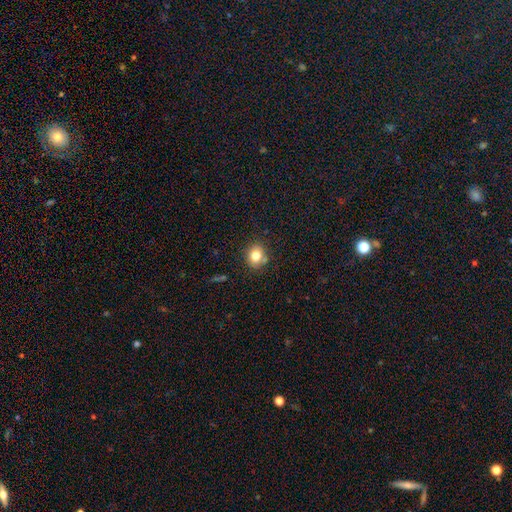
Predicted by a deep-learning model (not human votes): Smooth or featured? smooth (79%)
How rounded? round (67%)
Merging? none (78%)